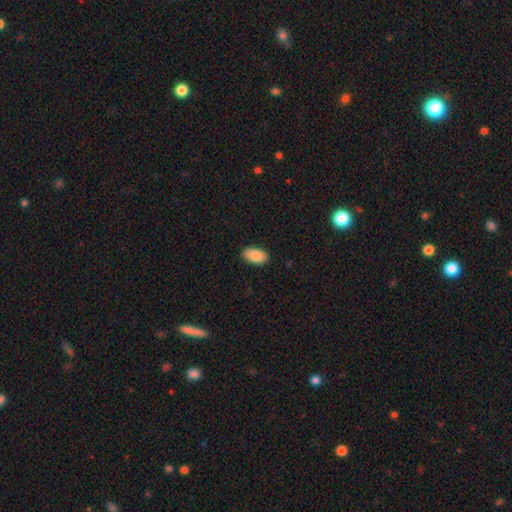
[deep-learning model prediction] This is clearly a smooth galaxy (87%). How rounded: clearly in between (94%). Merging: clearly none (87%).